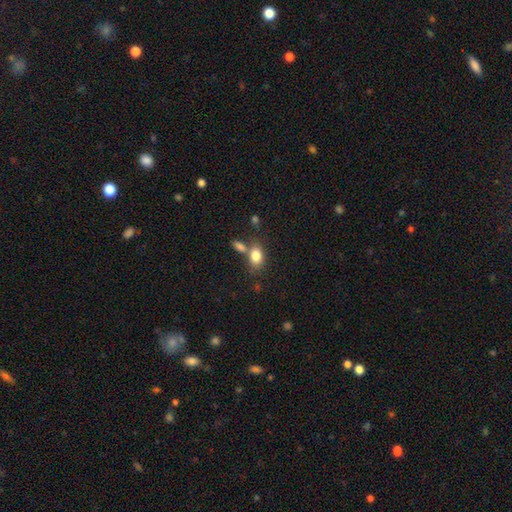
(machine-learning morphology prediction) Smooth or featured? Predicted: smooth (p=0.82). How rounded? Predicted: in between (p=0.78). Merging? Predicted: none (p=0.50).